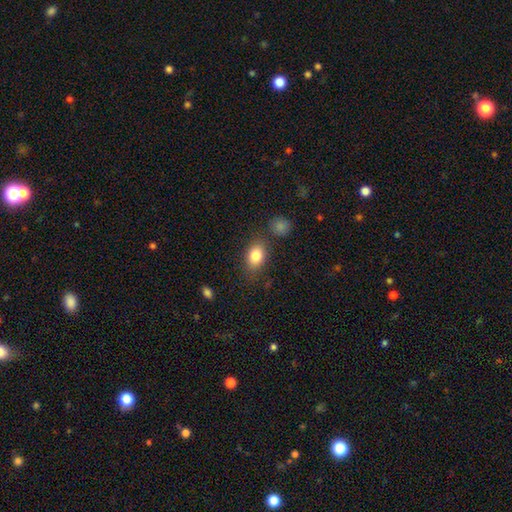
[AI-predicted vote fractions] This appears to be a smooth galaxy with no disk features (83%) that is in between round and cigar-shaped (79%). Merging: none (75%).